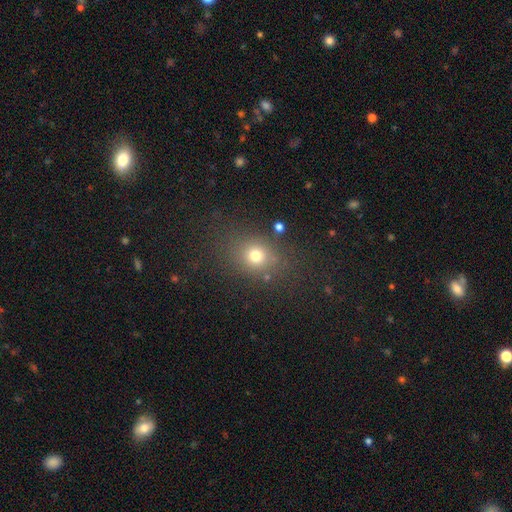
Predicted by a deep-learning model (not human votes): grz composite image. It shows a smooth galaxy with no disk features (73%) that is round (66%). Merging: none (76%).